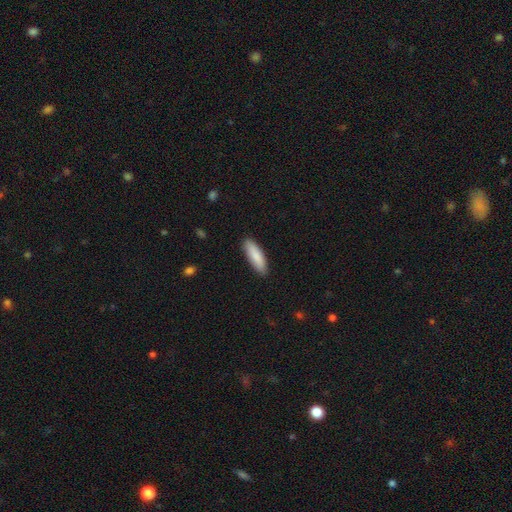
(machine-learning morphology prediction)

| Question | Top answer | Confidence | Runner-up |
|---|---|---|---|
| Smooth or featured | smooth | 86% | featured or disk (9%) |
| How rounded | cigar-shaped | 53% | in between (46%) |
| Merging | none | 88% | minor disturbance (9%) |